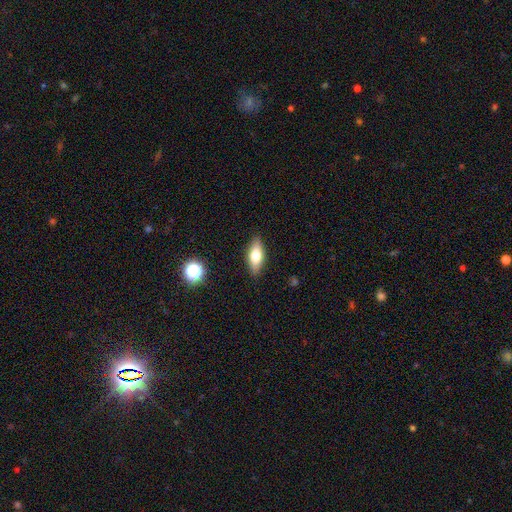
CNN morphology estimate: This is likely a smooth galaxy (66%). How rounded: likely in between (75%). Merging: clearly none (87%).